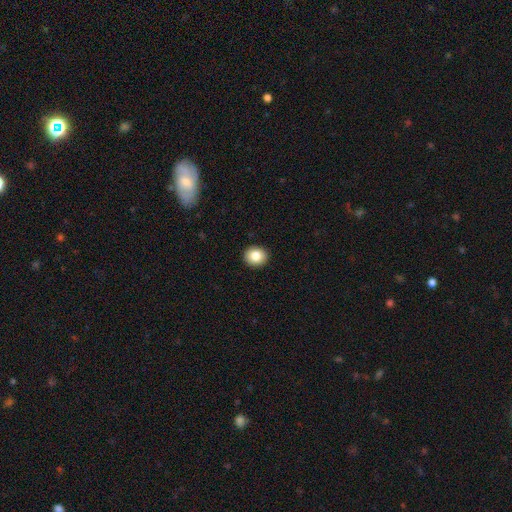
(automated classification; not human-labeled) This is clearly a smooth galaxy (84%). How rounded: likely round (75%). Merging: clearly none (92%).